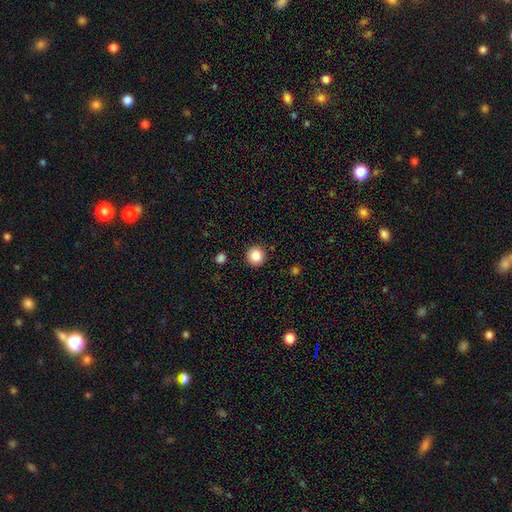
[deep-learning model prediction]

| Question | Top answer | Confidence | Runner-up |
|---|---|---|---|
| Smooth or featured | smooth | 87% | star or artifact (10%) |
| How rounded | round | 95% | in between (5%) |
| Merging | none | 91% | minor disturbance (6%) |